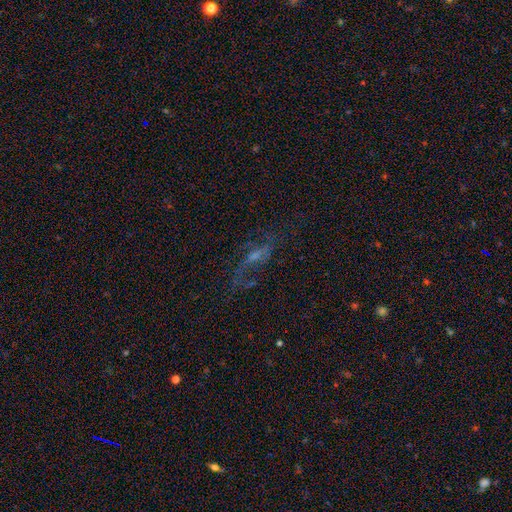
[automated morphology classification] smooth_or_featured: featured or disk (p=0.68) [alt: smooth p=0.16]
disk_edge_on: no (p=0.87) [alt: yes p=0.13]
bar: weak (p=0.45) [alt: no p=0.38]
has_spiral_arms: yes (p=0.82) [alt: no p=0.18]
bulge_size: small (p=0.49) [alt: moderate p=0.33]
merging: none (p=0.56) [alt: major disturbance p=0.24]